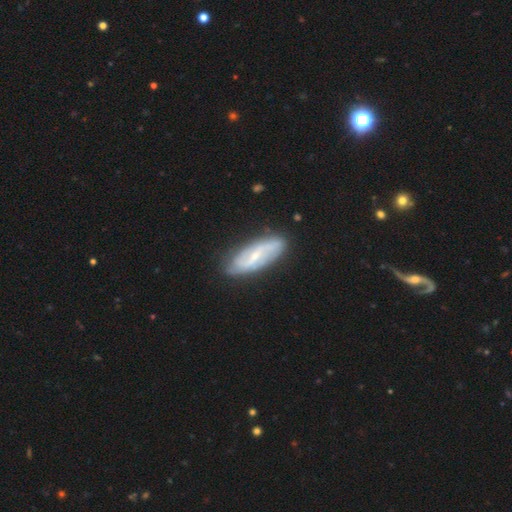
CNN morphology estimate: type=featured or disk (70%); edge-on=no (85%); bar=weak (46%); spiral arms=yes (80%); bulge=small (68%); merging=none (80%).